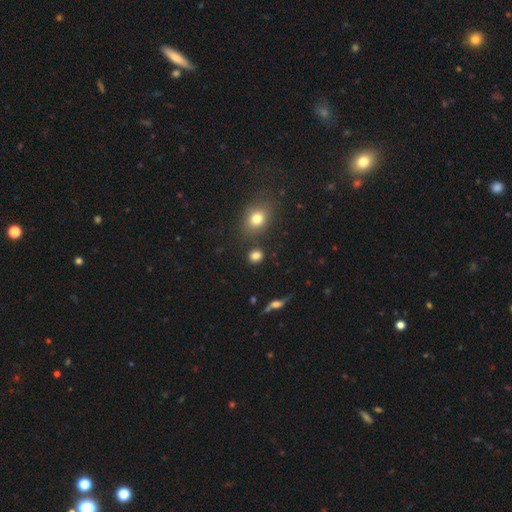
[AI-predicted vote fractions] Q: Smooth or featured?
A: smooth (81%); runner-up: star or artifact (13%)
Q: How rounded?
A: round (72%); runner-up: in between (26%)
Q: Merging?
A: none (81%); runner-up: minor disturbance (9%)